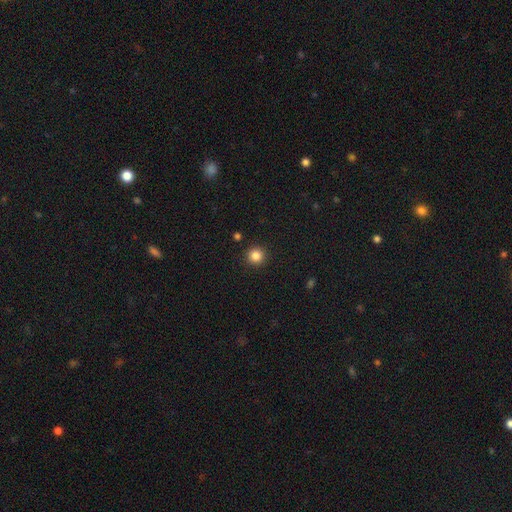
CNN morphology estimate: The model was most divided on "smooth or featured": smooth: 84%, star or artifact: 12%, featured or disk: 4%. More confident: how rounded — round (95%); merging — none (92%).